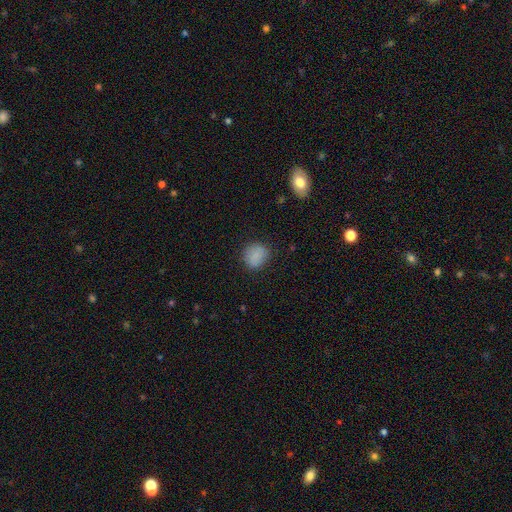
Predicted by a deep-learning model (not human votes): Smooth or featured: smooth — 84% (star or artifact — 9%)
How rounded: round — 70% (in between — 29%)
Merging: none — 80% (minor disturbance — 15%)